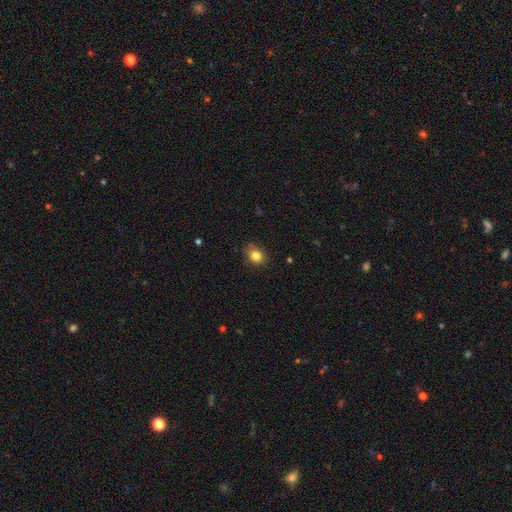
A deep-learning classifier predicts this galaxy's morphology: Smooth or featured?
  - smooth: 84% *
  - star or artifact: 10%
  - featured or disk: 7%
How rounded?
  - round: 56% *
  - in between: 43%
  - cigar-shaped: 1%
Merging?
  - none: 78% *
  - minor disturbance: 17%
  - major disturbance: 4%
  - merger: 1%